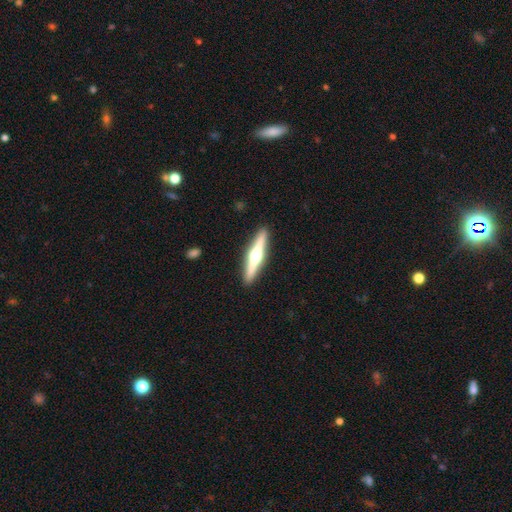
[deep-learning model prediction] The model was most divided on "smooth or featured": featured or disk: 72%, smooth: 24%, star or artifact: 5%. More confident: edge-on disk — yes (98%); edge-on bulge — rounded (95%); merging — none (92%).